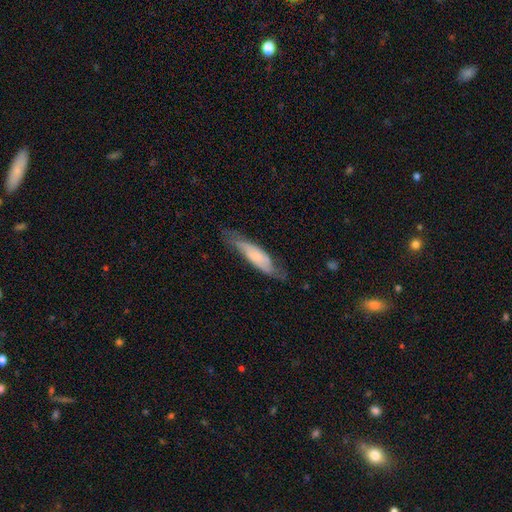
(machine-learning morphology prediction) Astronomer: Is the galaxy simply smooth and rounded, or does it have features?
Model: smooth — 48% (runner-up: featured or disk, 45%).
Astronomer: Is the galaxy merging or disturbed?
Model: none — 66%.